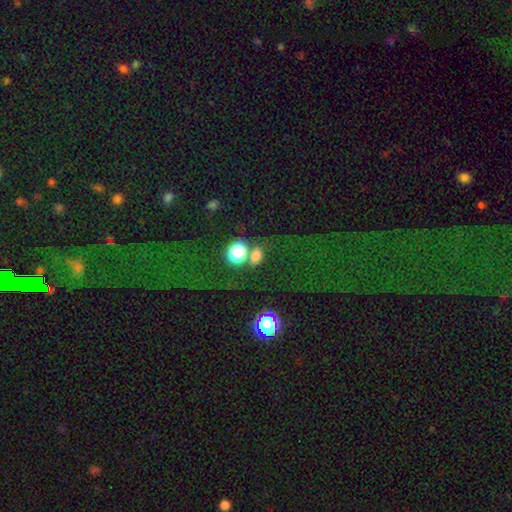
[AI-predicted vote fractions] A smooth galaxy with no disk features (75%) that is round (50%). Merging: none (48%).